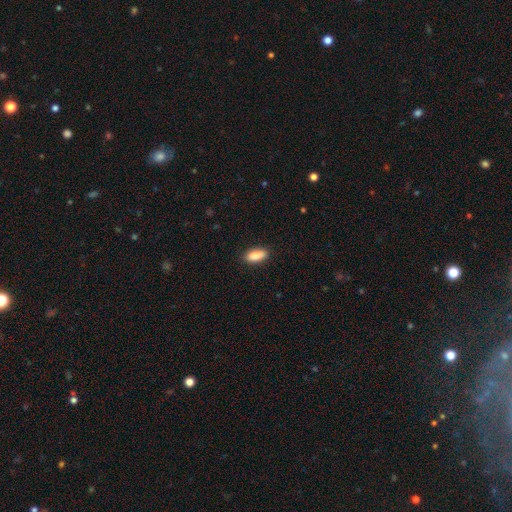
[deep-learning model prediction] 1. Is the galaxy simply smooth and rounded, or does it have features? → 88% smooth, 7% star or artifact, 5% featured or disk.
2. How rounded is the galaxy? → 78% in between, 19% cigar-shaped, 2% round.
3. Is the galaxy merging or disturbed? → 86% none, 10% minor disturbance, 2% major disturbance, 1% merger.